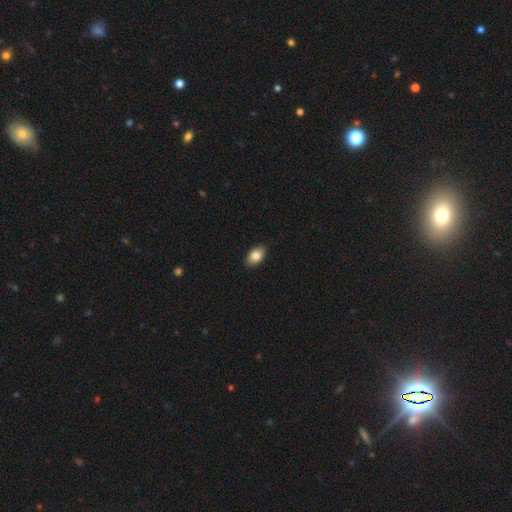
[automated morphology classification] Smooth or featured?
  - smooth: 85% *
  - featured or disk: 8%
  - star or artifact: 7%
How rounded?
  - in between: 90% *
  - round: 8%
  - cigar-shaped: 2%
Merging?
  - none: 89% *
  - minor disturbance: 9%
  - major disturbance: 2%
  - merger: 1%